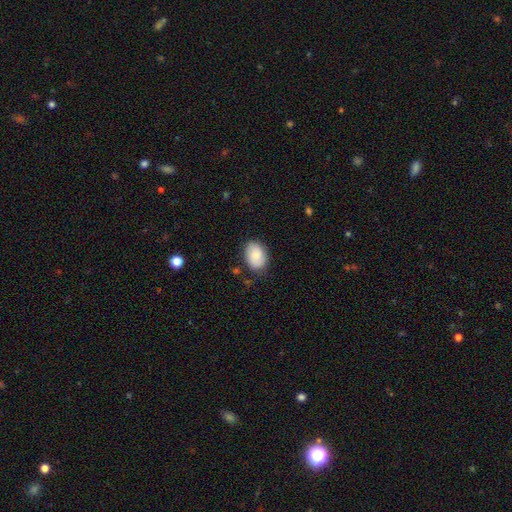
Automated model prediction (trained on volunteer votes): Smooth or featured: smooth — 81% (featured or disk — 13%)
How rounded: in between — 77% (round — 22%)
Merging: none — 79% (minor disturbance — 16%)